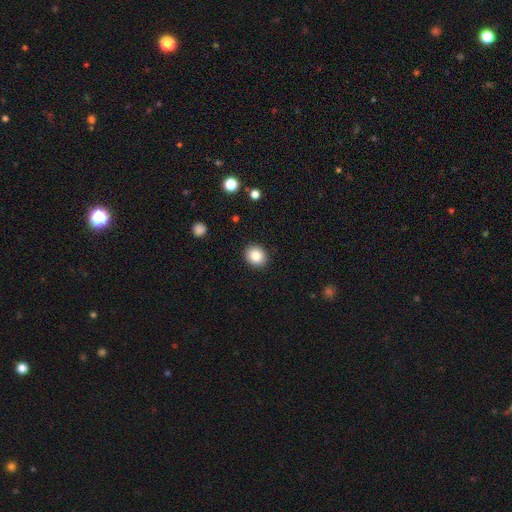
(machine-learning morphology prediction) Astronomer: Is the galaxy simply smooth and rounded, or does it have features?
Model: smooth — 86%.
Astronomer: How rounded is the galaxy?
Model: round — 72%.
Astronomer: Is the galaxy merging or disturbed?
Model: none — 91%.